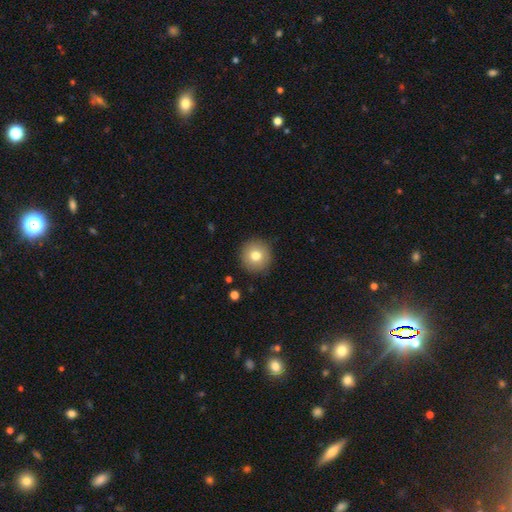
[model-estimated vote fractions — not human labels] The model was most divided on "smooth or featured": smooth: 77%, featured or disk: 13%, star or artifact: 10%. More confident: how rounded — round (95%); merging — none (90%).